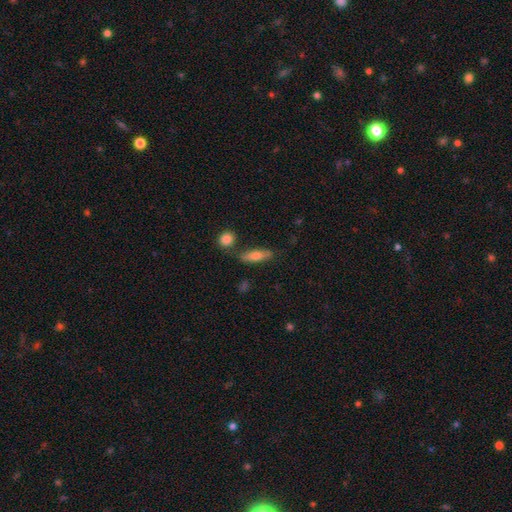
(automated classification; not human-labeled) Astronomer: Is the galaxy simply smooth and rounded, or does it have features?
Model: smooth — 71%.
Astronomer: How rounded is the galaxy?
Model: cigar-shaped — 49% (runner-up: in between, 48%).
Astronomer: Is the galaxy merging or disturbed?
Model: none — 74%.